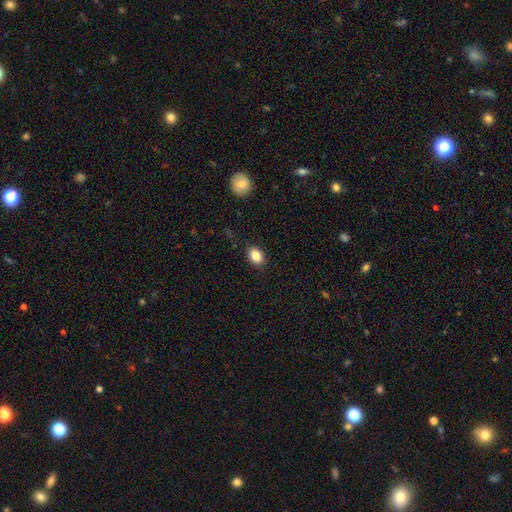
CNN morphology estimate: A smooth galaxy with no disk features (85%) that is in between round and cigar-shaped (68%).

Vote fractions:
- Smooth or featured? smooth: 85% / star or artifact: 9% / featured or disk: 6%
- How rounded? in between: 68% / round: 31% / cigar-shaped: 1%
- Merging? none: 88% / minor disturbance: 9% / major disturbance: 2% / merger: 1%